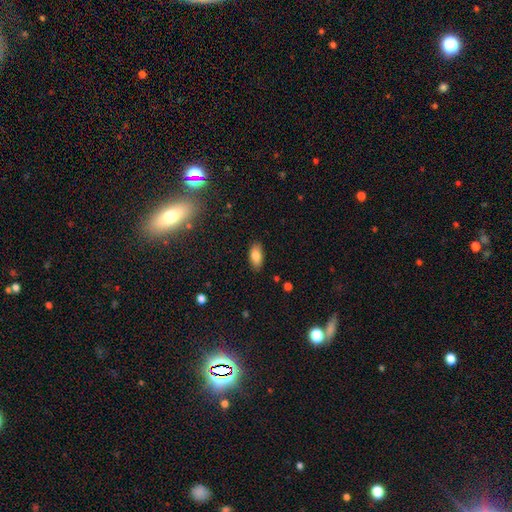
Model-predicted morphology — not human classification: A smooth galaxy with no disk features (82%) that is in between round and cigar-shaped (90%). Merging: none (87%).